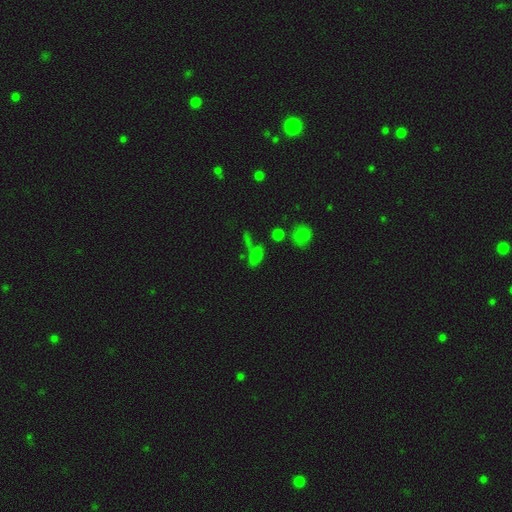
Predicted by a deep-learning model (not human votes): Overall: smooth (67%). How rounded: in between (76%). Merging: none (53%; merger 21%).